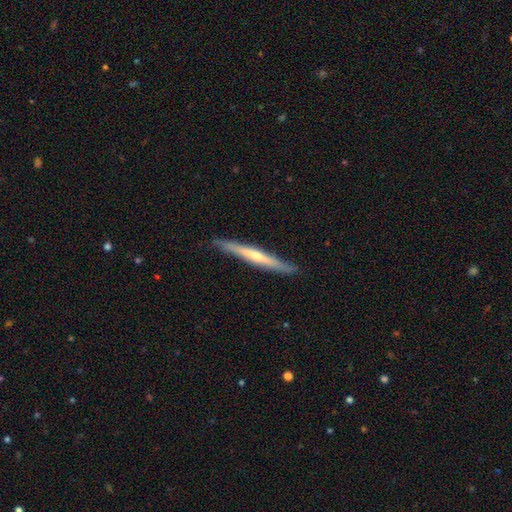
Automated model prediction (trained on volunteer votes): Smooth or featured: featured or disk — 61% (smooth — 34%)
Edge-on disk: yes — 95% (no — 5%)
Edge-on bulge: rounded — 55% (none — 39%)
Merging: none — 87% (minor disturbance — 10%)